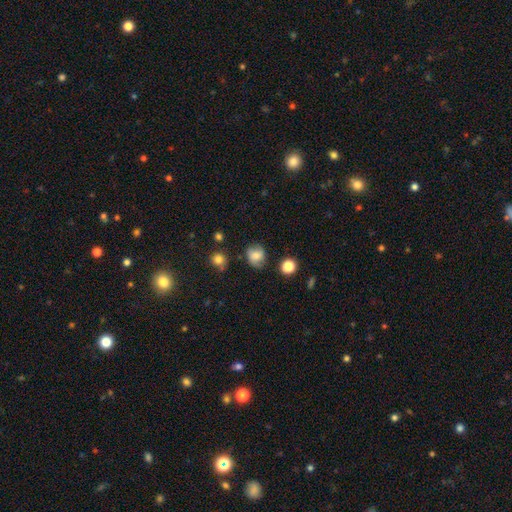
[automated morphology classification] Smooth or featured?
  - smooth: 63% *
  - featured or disk: 26%
  - star or artifact: 11%
How rounded?
  - round: 71% *
  - in between: 28%
  - cigar-shaped: 1%
Merging?
  - none: 69% *
  - minor disturbance: 21%
  - major disturbance: 7%
  - merger: 3%